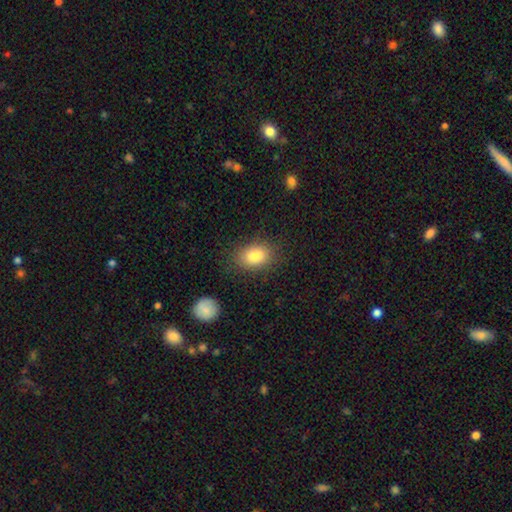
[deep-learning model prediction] Smooth or featured? Predicted: smooth (p=0.82). How rounded? Predicted: in between (p=0.77). Merging? Predicted: none (p=0.83).